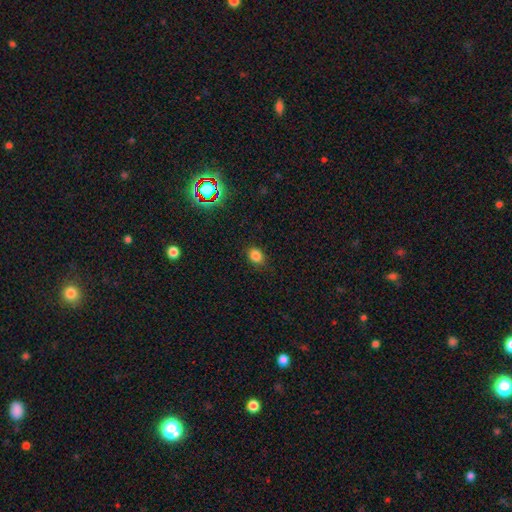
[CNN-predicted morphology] This is clearly a smooth galaxy (82%). How rounded: possibly round (50%). Merging: clearly none (84%).